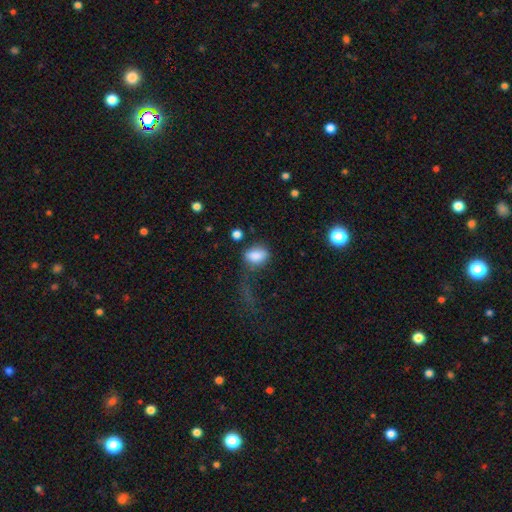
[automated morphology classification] A smooth galaxy with no disk features (83%) that is in between round and cigar-shaped (80%). Merging: none (49%).